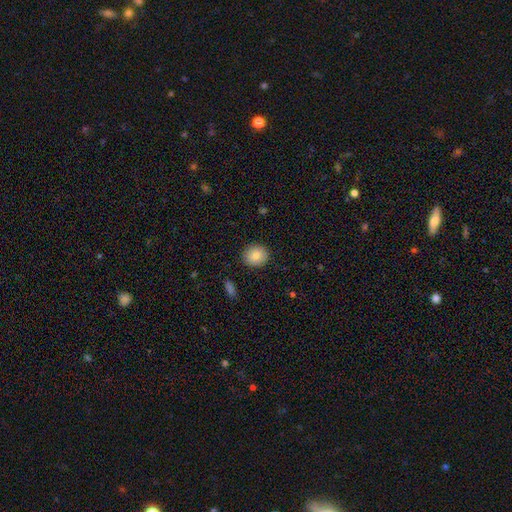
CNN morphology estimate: Smooth or featured: smooth — 81% (featured or disk — 11%)
How rounded: round — 74% (in between — 25%)
Merging: none — 89% (minor disturbance — 8%)